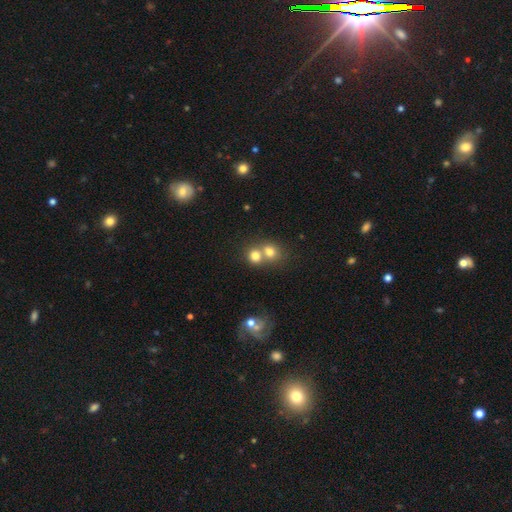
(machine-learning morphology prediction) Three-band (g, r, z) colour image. It shows a smooth galaxy with no disk features (76%) that is round (77%). Merging: merger (58%).